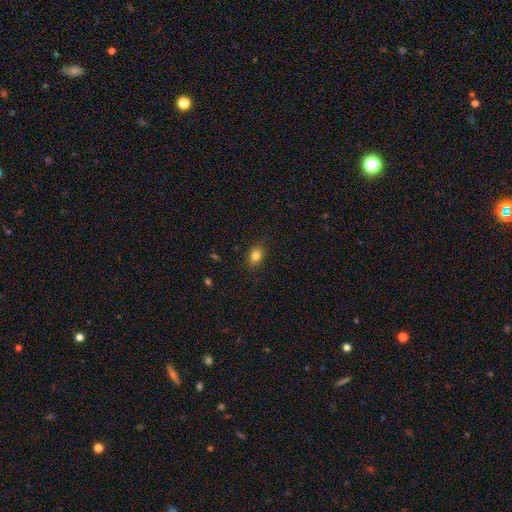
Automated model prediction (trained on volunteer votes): Smooth or featured?
  - smooth: 82% *
  - star or artifact: 11%
  - featured or disk: 7%
How rounded?
  - in between: 65% *
  - round: 34%
  - cigar-shaped: 1%
Merging?
  - none: 85% *
  - minor disturbance: 11%
  - major disturbance: 3%
  - merger: 1%